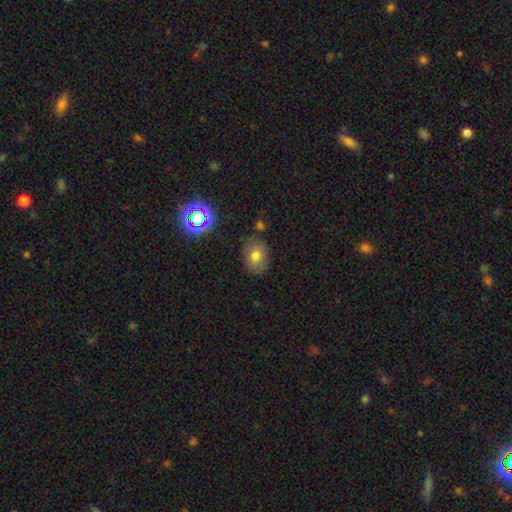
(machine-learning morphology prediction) smooth 73%, featured or disk 14%, star or artifact 13%. Down the decision tree: how rounded — in between (74%); merging — none (79%).